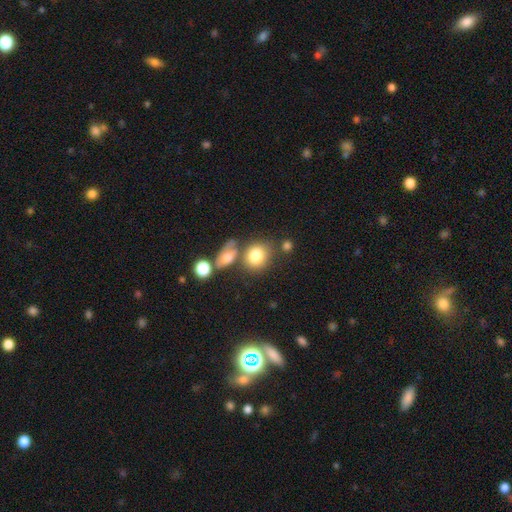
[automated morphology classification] type=smooth (79%); roundness=round (61%); merging=none (56%).